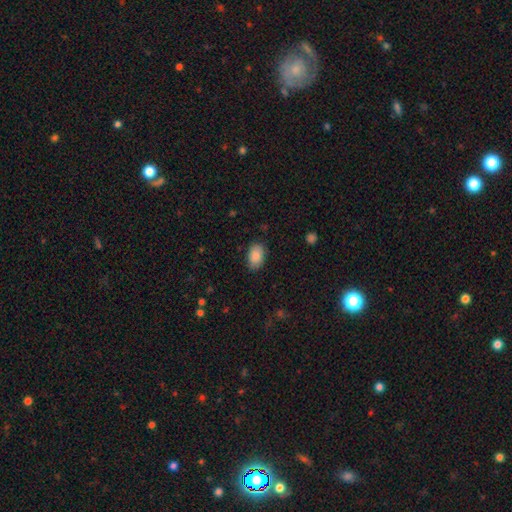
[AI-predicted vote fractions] Smooth or featured? smooth (87%)
How rounded? in between (91%)
Merging? none (86%)